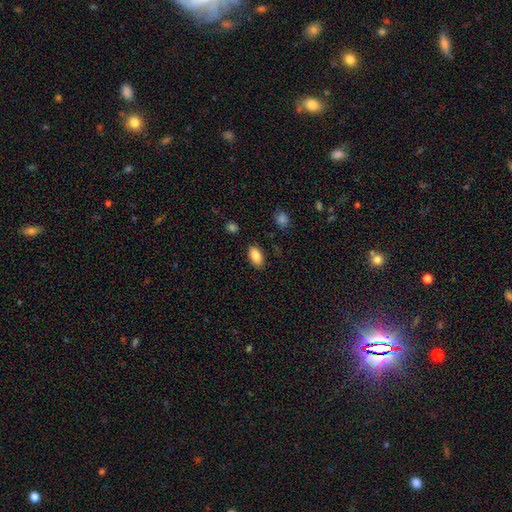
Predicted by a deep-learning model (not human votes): A smooth galaxy with no disk features (88%) that is in between round and cigar-shaped (93%).

Vote fractions:
- Smooth or featured? smooth: 88% / star or artifact: 8% / featured or disk: 5%
- How rounded? in between: 93% / round: 4% / cigar-shaped: 3%
- Merging? none: 86% / minor disturbance: 10% / major disturbance: 3% / merger: 1%